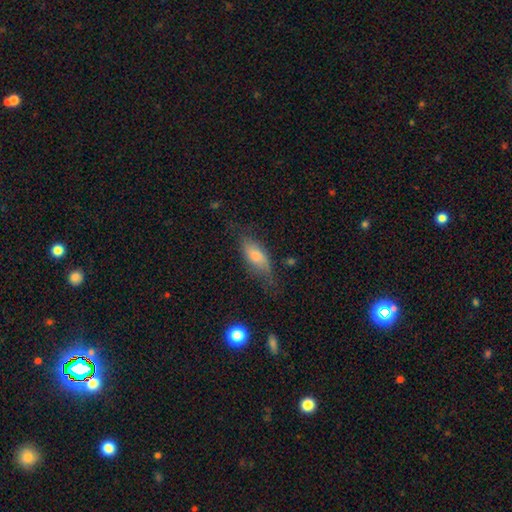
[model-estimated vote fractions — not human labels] Morphology: type=smooth (66%); roundness=in between (71%); merging=none (62%).